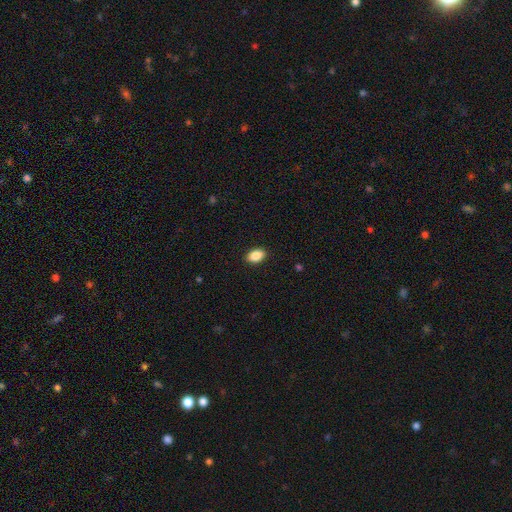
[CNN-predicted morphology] This is clearly a smooth galaxy (88%). How rounded: clearly in between (88%). Merging: clearly none (90%).